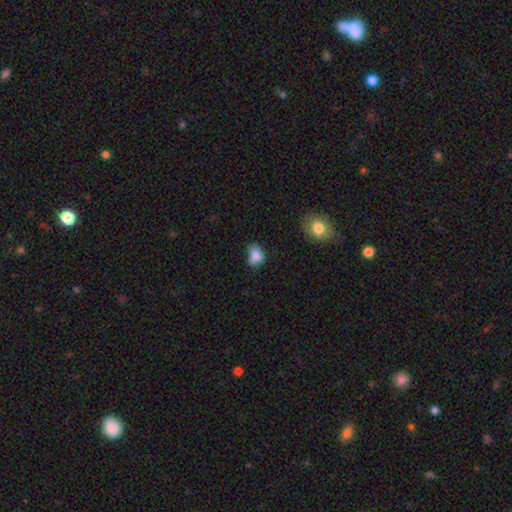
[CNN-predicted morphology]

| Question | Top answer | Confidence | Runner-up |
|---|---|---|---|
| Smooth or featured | smooth | 78% | featured or disk (11%) |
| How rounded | in between | 74% | round (24%) |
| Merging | none | 38% | minor disturbance (36%) |